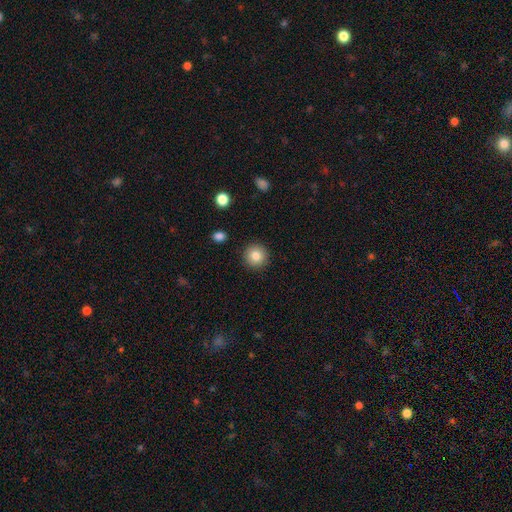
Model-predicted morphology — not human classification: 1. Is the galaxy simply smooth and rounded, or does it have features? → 84% smooth, 9% star or artifact, 7% featured or disk.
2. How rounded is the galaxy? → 94% round, 5% in between, 1% cigar-shaped.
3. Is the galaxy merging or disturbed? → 91% none, 6% minor disturbance, 2% major disturbance, 1% merger.